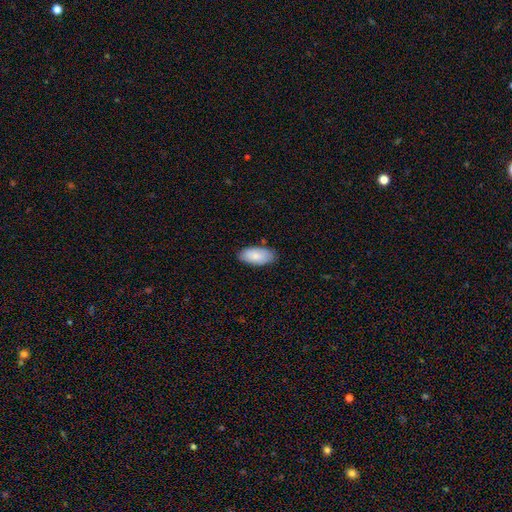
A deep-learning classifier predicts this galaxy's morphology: smooth-or-featured: smooth: 84% | featured or disk: 10% | star or artifact: 6%
  how-rounded: in between: 94% | cigar-shaped: 4% | round: 2%
  merging: none: 82% | minor disturbance: 14% | major disturbance: 2% | merger: 1%